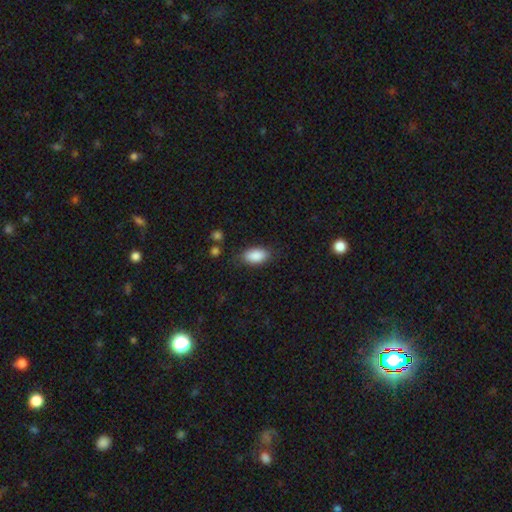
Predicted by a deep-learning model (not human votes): Q: Smooth or featured?
A: smooth (88%); runner-up: star or artifact (7%)
Q: How rounded?
A: in between (93%); runner-up: round (4%)
Q: Merging?
A: none (80%); runner-up: minor disturbance (14%)